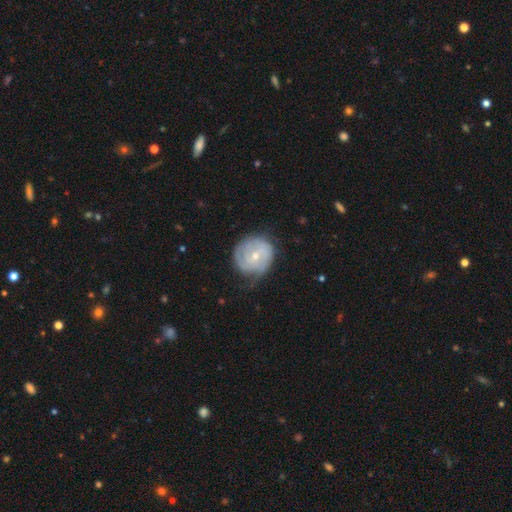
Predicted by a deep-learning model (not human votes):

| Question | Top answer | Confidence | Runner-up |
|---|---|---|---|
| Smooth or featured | featured or disk | 72% | smooth (22%) |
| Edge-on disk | no | 97% | yes (3%) |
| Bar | no | 60% | weak (34%) |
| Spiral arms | yes | 88% | no (12%) |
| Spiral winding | tight | 63% | medium (28%) |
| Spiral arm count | can't tell | 37% | 2 (30%) |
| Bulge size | small | 56% | moderate (41%) |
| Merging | none | 60% | minor disturbance (27%) |